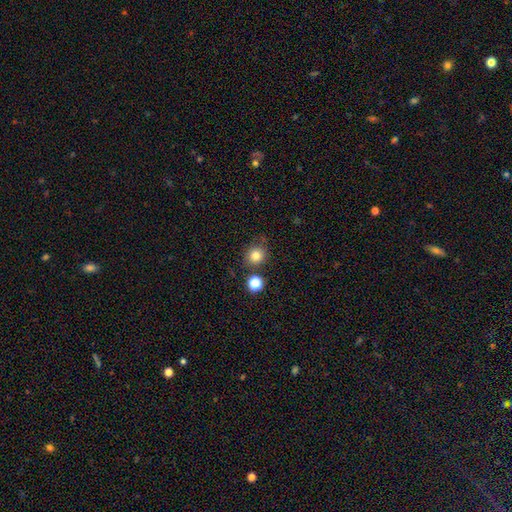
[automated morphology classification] Smooth or featured: smooth — 81% (star or artifact — 13%)
How rounded: round — 87% (in between — 12%)
Merging: none — 78% (minor disturbance — 11%)